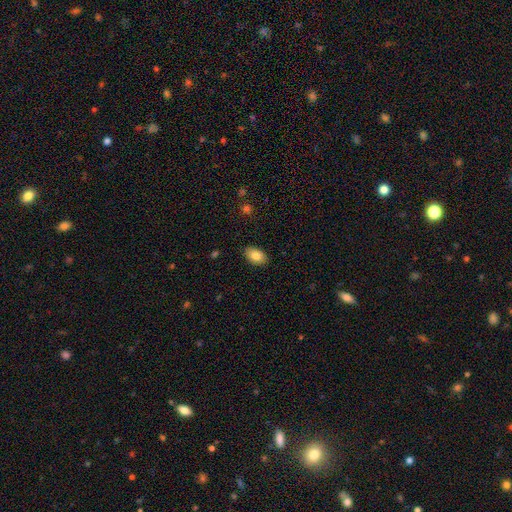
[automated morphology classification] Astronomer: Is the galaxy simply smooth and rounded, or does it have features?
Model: smooth — 82%.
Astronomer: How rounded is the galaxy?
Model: in between — 91%.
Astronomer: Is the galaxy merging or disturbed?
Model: none — 88%.